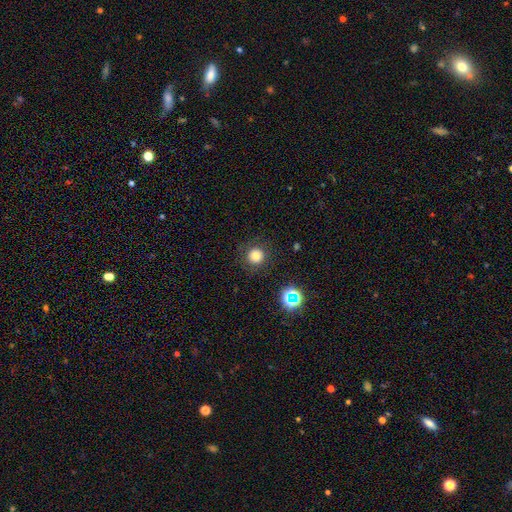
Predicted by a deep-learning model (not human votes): smooth 78%, star or artifact 17%, featured or disk 5%. Down the decision tree: how rounded — round (94%); merging — none (86%).